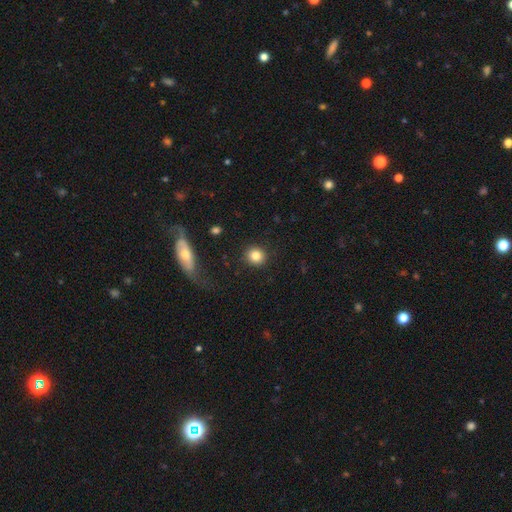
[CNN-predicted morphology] smooth-or-featured: smooth: 83% | star or artifact: 10% | featured or disk: 7%
  how-rounded: round: 90% | in between: 9% | cigar-shaped: 1%
  merging: none: 90% | minor disturbance: 6% | major disturbance: 2% | merger: 1%